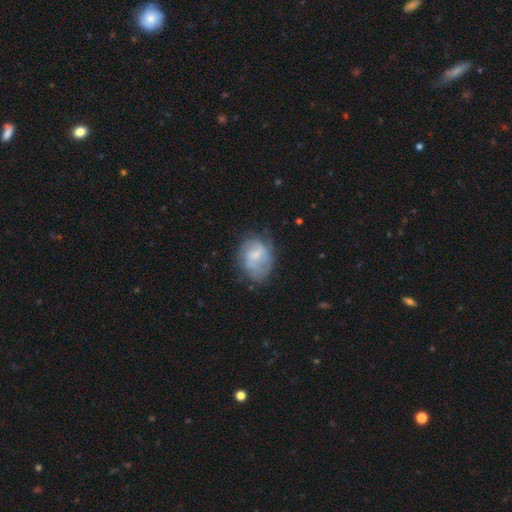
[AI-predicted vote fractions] A smooth galaxy with no disk features (51%) that is in between round and cigar-shaped (64%).

Vote fractions:
- Smooth or featured? smooth: 51% / featured or disk: 40% / star or artifact: 8%
- How rounded? in between: 64% / round: 35% / cigar-shaped: 1%
- Merging? none: 47% / minor disturbance: 31% / major disturbance: 19% / merger: 3%